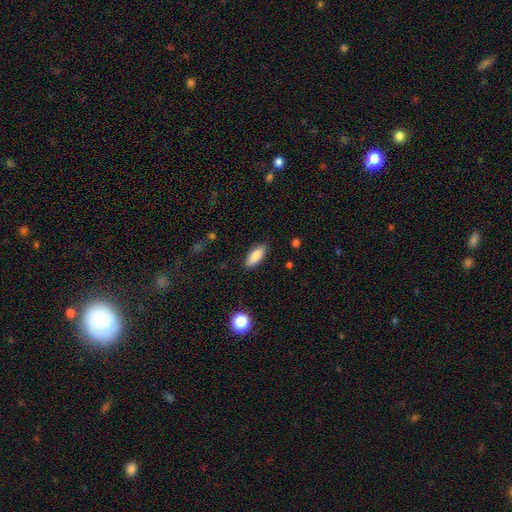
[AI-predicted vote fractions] smooth-or-featured: smooth: 84% | featured or disk: 9% | star or artifact: 7%
  how-rounded: in between: 74% | cigar-shaped: 23% | round: 2%
  merging: none: 86% | minor disturbance: 11% | major disturbance: 2% | merger: 1%